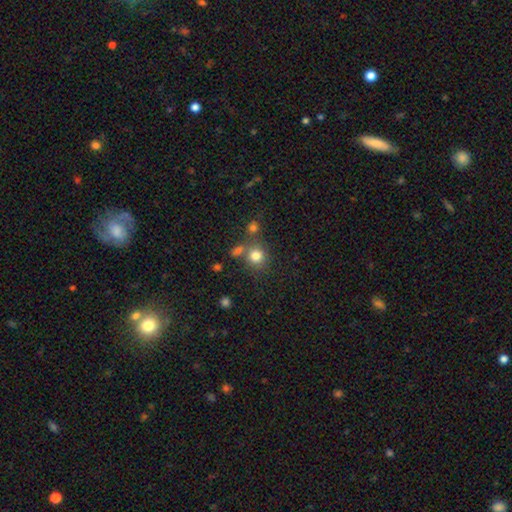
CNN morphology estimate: This is likely a smooth galaxy (80%). How rounded: clearly round (87%). Merging: likely none (66%).